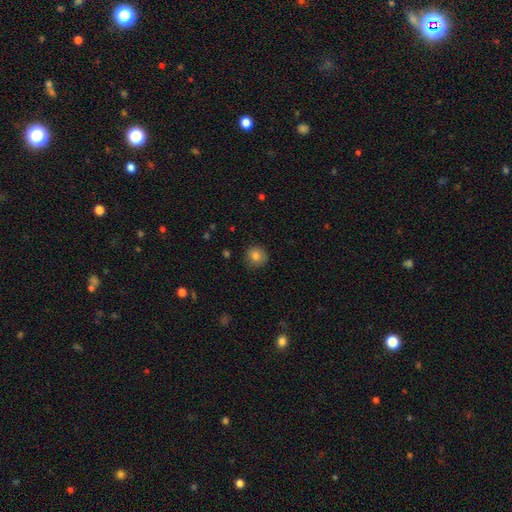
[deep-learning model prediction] Smooth or featured?
  - smooth: 82% *
  - star or artifact: 10%
  - featured or disk: 7%
How rounded?
  - round: 91% *
  - in between: 8%
  - cigar-shaped: 1%
Merging?
  - none: 86% *
  - minor disturbance: 11%
  - major disturbance: 2%
  - merger: 1%